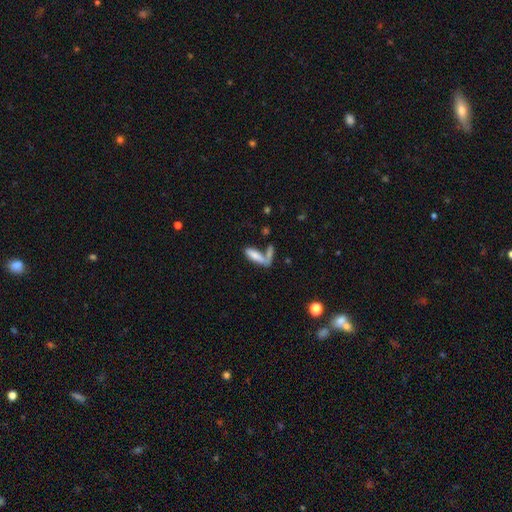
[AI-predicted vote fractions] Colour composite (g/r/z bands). It shows a smooth galaxy with no disk features (74%) that is cigar-shaped (52%). Merging: none (40%, tied with merger).